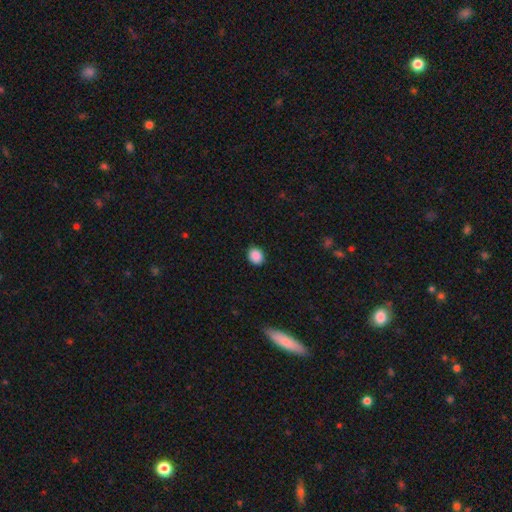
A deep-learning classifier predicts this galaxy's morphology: Smooth or featured? Predicted: smooth (p=0.89). How rounded? Predicted: round (p=0.68). Merging? Predicted: none (p=0.89).